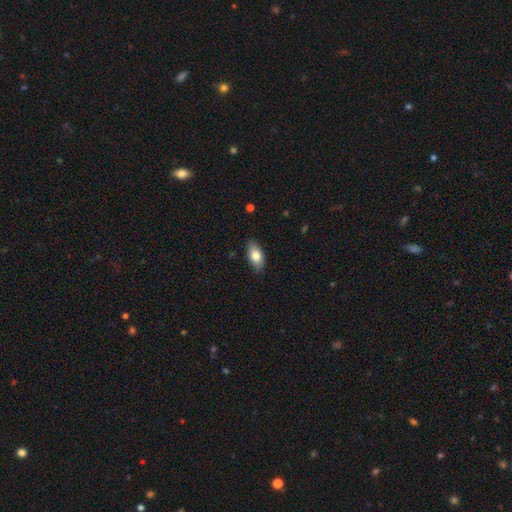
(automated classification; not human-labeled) A smooth galaxy with no disk features (78%) that is in between round and cigar-shaped (90%). Merging: none (86%).